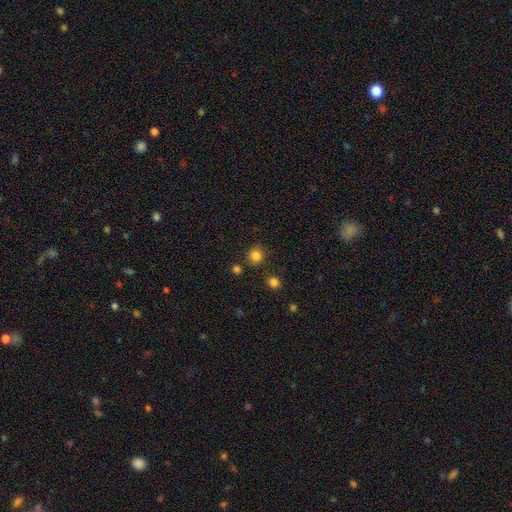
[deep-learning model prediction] This appears to be a smooth galaxy with no disk features (83%) that is round (91%). Merging: none (84%).